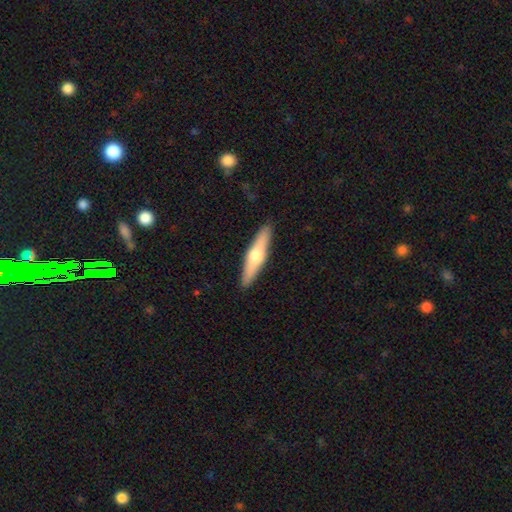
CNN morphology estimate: Smooth or featured?
  - featured or disk: 48% *
  - smooth: 46%
  - star or artifact: 5%
Merging?
  - none: 90% *
  - minor disturbance: 7%
  - major disturbance: 2%
  - merger: 1%